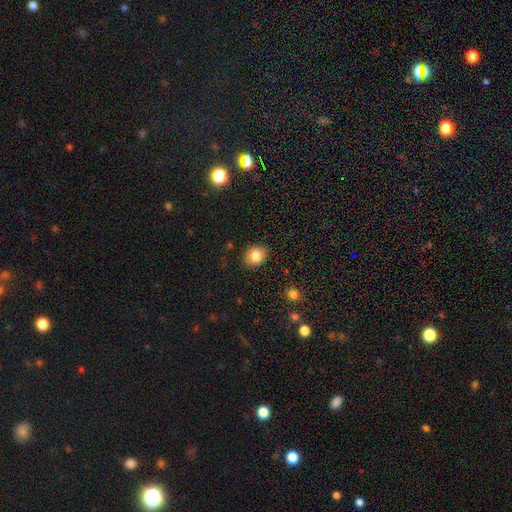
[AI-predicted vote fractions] Smooth or featured?
  - smooth: 81% *
  - featured or disk: 10%
  - star or artifact: 9%
How rounded?
  - round: 52% *
  - in between: 47%
  - cigar-shaped: 1%
Merging?
  - none: 87% *
  - minor disturbance: 9%
  - major disturbance: 2%
  - merger: 1%